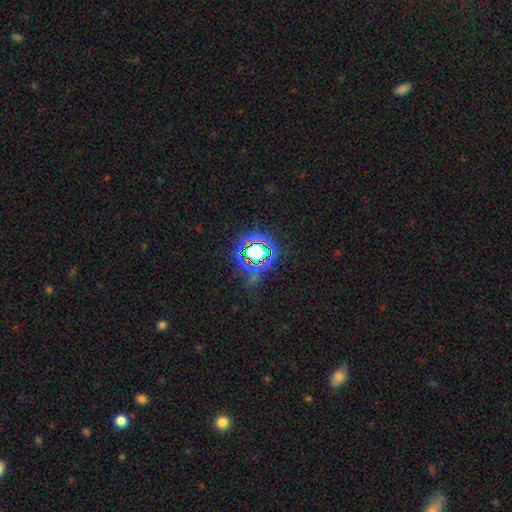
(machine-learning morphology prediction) The model was most divided on "smooth or featured": star or artifact: 67%, smooth: 21%, featured or disk: 12%.